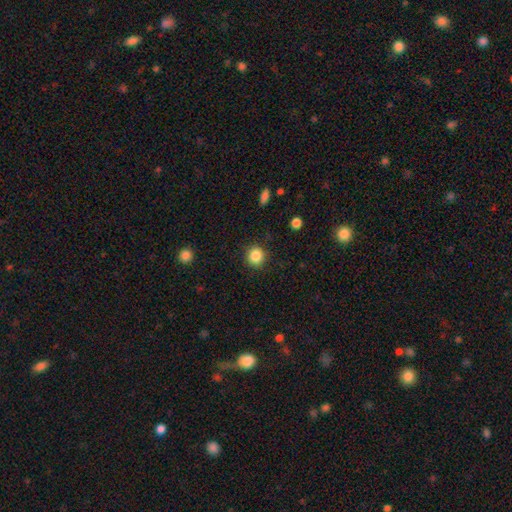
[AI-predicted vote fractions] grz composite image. It shows a smooth galaxy with no disk features (86%) that is round (87%). Merging: none (88%).